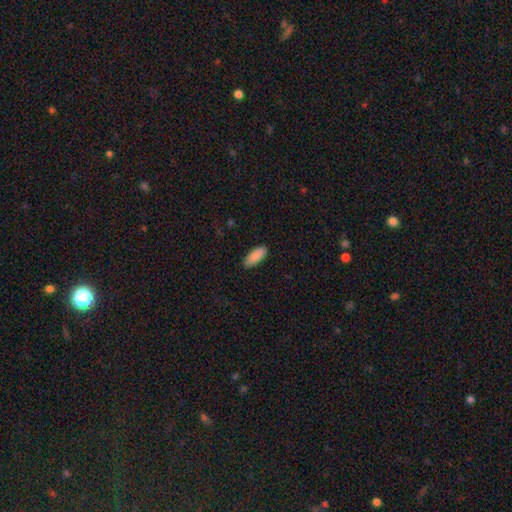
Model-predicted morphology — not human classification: A smooth galaxy with no disk features (89%) that is in between round and cigar-shaped (80%). Merging: none (87%).